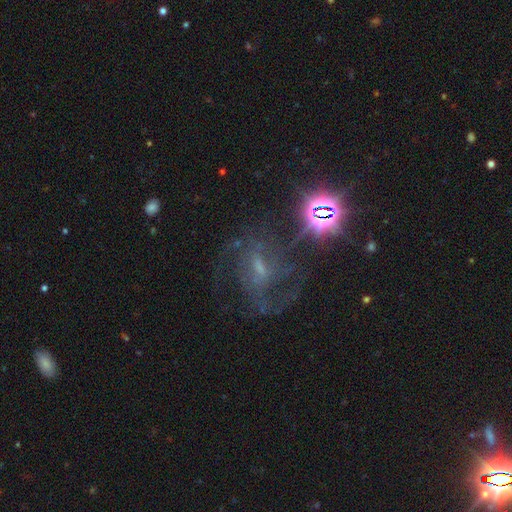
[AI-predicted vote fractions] This is possibly a featured or disk galaxy (57%). It is clearly not viewed edge-on (95%). Bar: possibly weak (47%). Spiral arm pattern: likely yes (78%). Central bulge: possibly small (50%). Merging: possibly none (55%).